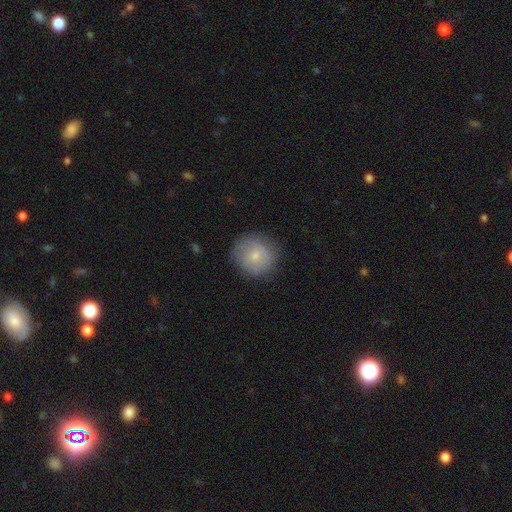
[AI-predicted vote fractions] This appears to be a smooth galaxy with no disk features (73%) that is round (89%). Merging: none (78%).